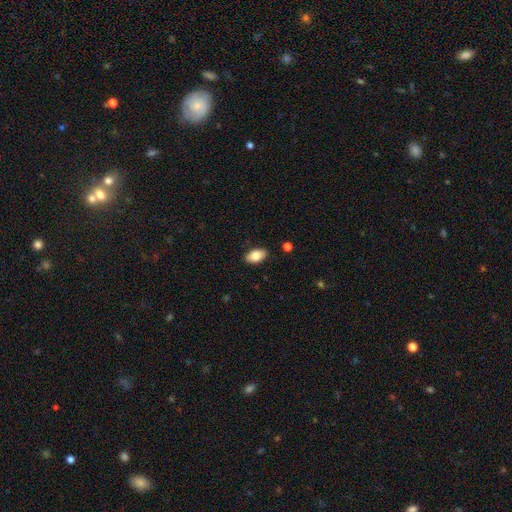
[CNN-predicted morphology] Smooth or featured?
  - smooth: 84% *
  - featured or disk: 10%
  - star or artifact: 7%
How rounded?
  - in between: 93% *
  - round: 5%
  - cigar-shaped: 2%
Merging?
  - none: 87% *
  - minor disturbance: 9%
  - major disturbance: 2%
  - merger: 1%